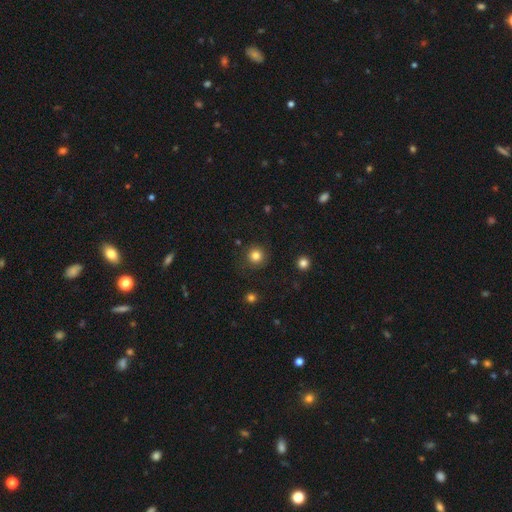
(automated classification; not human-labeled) This appears to be a smooth galaxy with no disk features (82%) that is round (94%). Merging: none (87%).